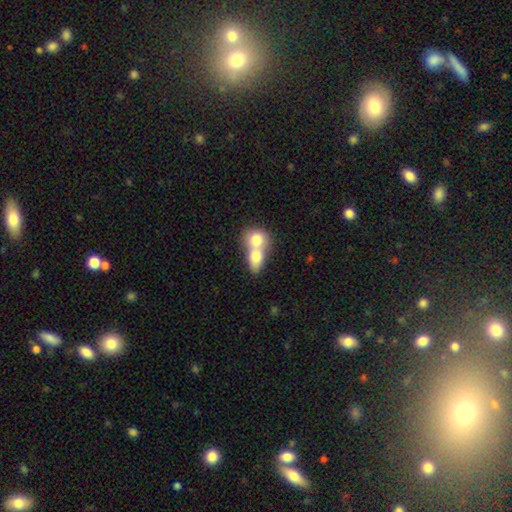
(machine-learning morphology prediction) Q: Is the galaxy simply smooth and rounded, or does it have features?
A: smooth — 72%.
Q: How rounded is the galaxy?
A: in between — 57%.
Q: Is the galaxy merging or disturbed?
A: merger — 78%.